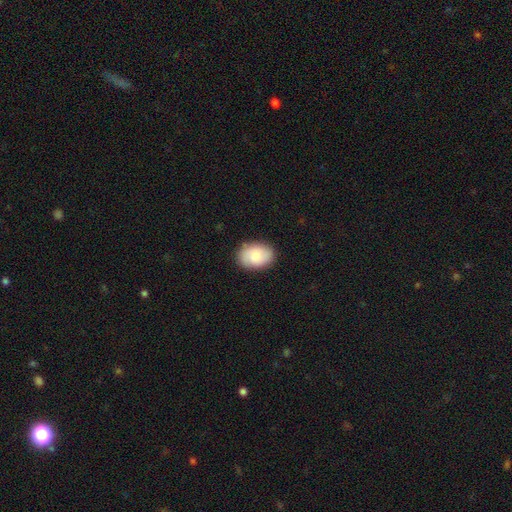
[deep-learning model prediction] smooth 81%, featured or disk 13%, star or artifact 6%. Down the decision tree: how rounded — in between (79%); merging — none (86%).